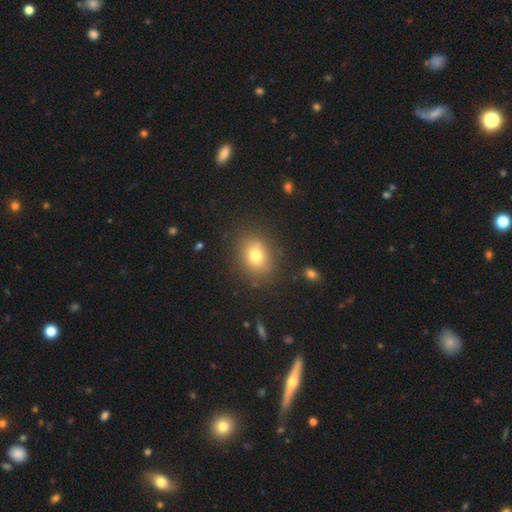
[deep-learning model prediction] This is likely a smooth galaxy (76%). How rounded: possibly in between (52%). Merging: clearly none (82%).